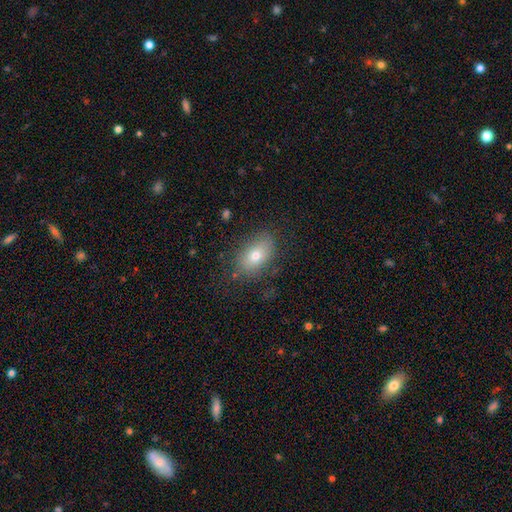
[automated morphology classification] smooth 72%, featured or disk 17%, star or artifact 11%. Down the decision tree: how rounded — in between (86%); merging — none (78%).